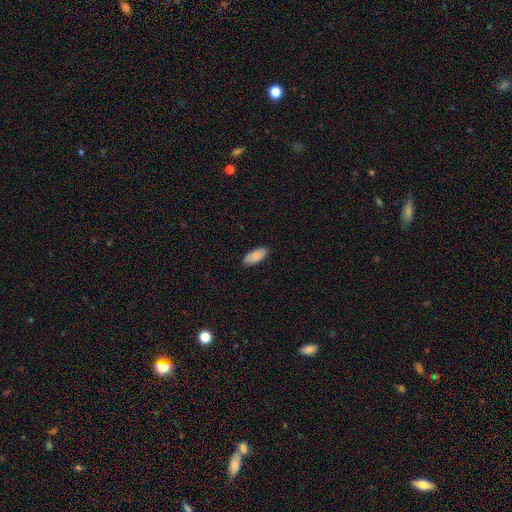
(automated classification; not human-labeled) This appears to be a smooth galaxy with no disk features (80%) that is in between round and cigar-shaped (89%). Merging: none (88%).